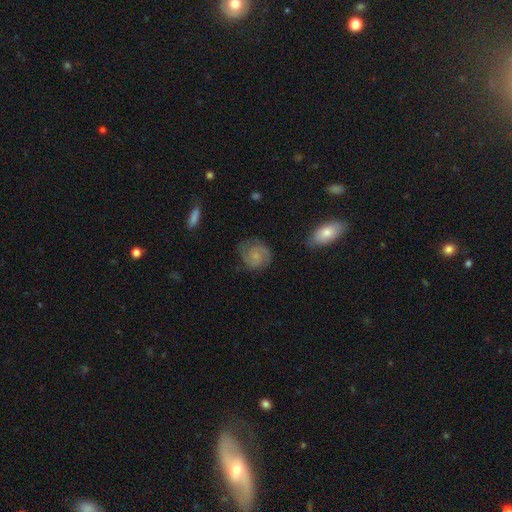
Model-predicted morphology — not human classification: A featured or disk galaxy (74%) with no bar (64%), 2 (84%) tight (46%) spiral arms (96%) and a small central bulge (56%).

Vote fractions:
- Smooth or featured? featured or disk: 74% / smooth: 19% / star or artifact: 7%
- Edge-on disk? no: 98% / yes: 2%
- Bar? no: 64% / weak: 31% / strong: 5%
- Spiral arms? yes: 96% / no: 4%
- Spiral winding? tight: 46% / medium: 43% / loose: 10%
- Spiral arm count? 2: 84% / can't tell: 7% / 3: 5% / 1: 2% / 4: 1% / more than 4: 1%
- Bulge size? small: 56% / none: 23% / moderate: 19% / large: 2% / dominant: 1%
- Merging? none: 78% / minor disturbance: 15% / major disturbance: 5% / merger: 2%